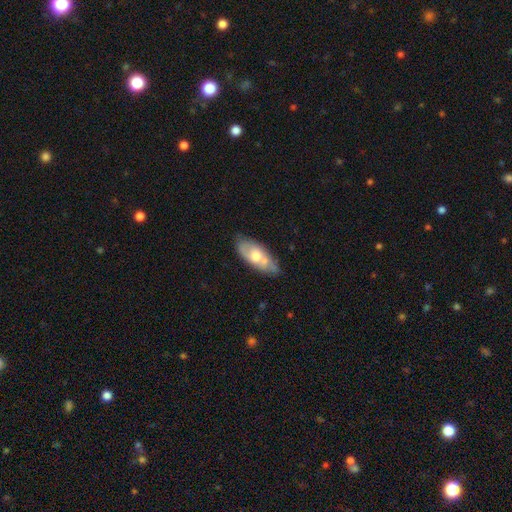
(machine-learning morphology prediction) type=smooth (54%); roundness=in between (85%); merging=none (62%).